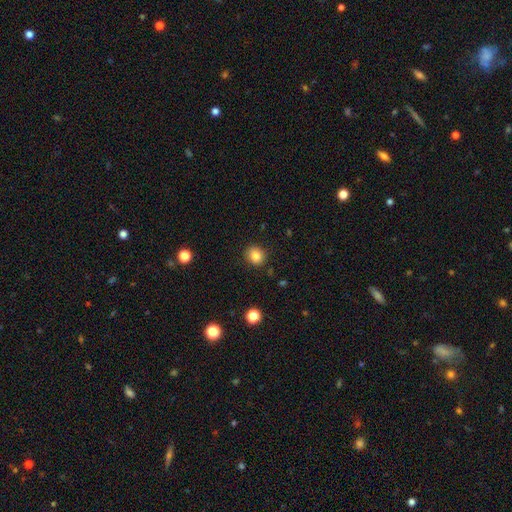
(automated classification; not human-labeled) The model was most divided on "how rounded": round: 78%, in between: 21%, cigar-shaped: 1%. More confident: merging — none (89%); smooth or featured — smooth (84%).